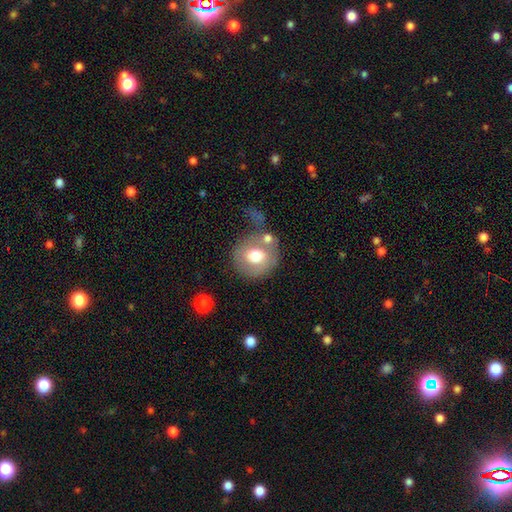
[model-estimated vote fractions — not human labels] This is likely a smooth galaxy (62%). How rounded: clearly round (83%). Merging: possibly none (47%).